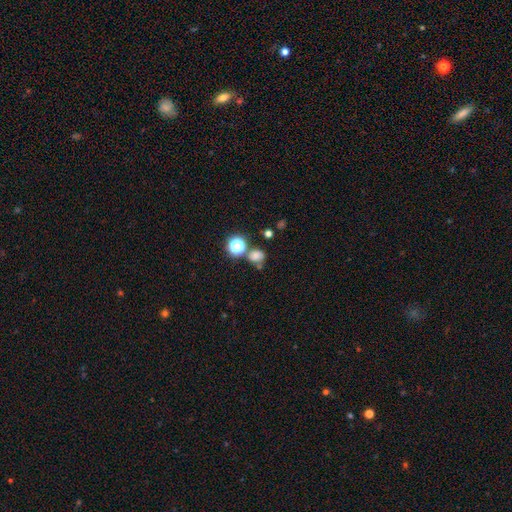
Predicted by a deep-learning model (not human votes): Smooth or featured: smooth — 69% (star or artifact — 23%)
How rounded: round — 71% (in between — 28%)
Merging: none — 57% (merger — 22%)